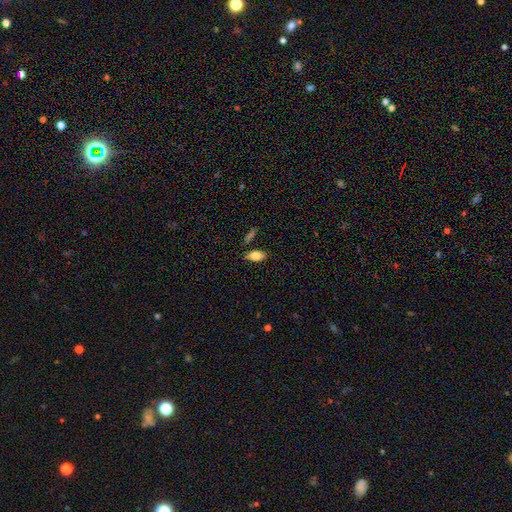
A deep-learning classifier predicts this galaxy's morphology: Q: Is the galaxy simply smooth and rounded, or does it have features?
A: smooth — 83%.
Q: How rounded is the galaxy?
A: in between — 90%.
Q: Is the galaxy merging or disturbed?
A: none — 82%.